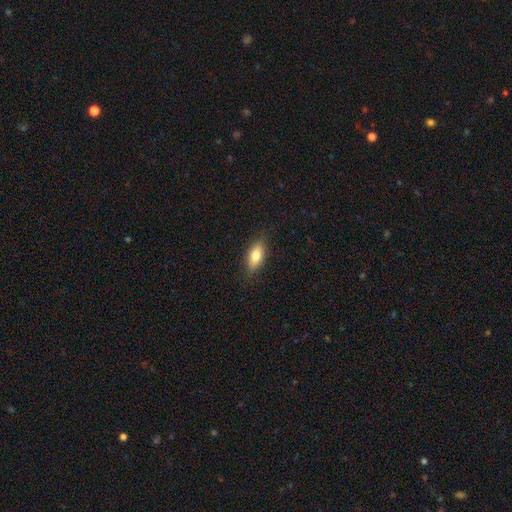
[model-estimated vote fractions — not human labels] Smooth or featured? smooth (78%)
How rounded? in between (82%)
Merging? none (84%)